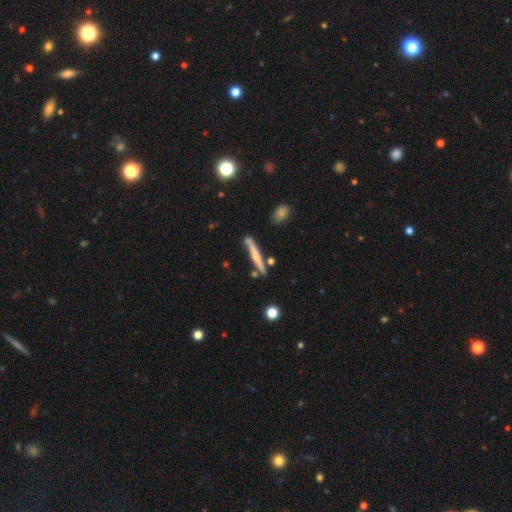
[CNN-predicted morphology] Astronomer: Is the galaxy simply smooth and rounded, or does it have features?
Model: featured or disk — 53% (runner-up: smooth, 40%).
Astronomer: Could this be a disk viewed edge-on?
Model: yes — 94%.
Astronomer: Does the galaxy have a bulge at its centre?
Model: rounded — 54% (runner-up: none, 36%).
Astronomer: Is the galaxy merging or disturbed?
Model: none — 75%.